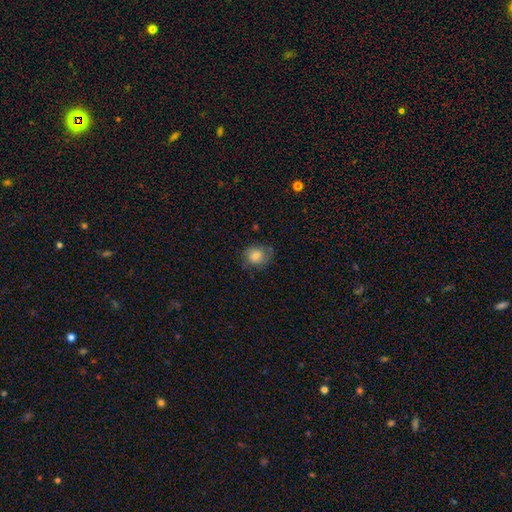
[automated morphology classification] Smooth or featured?
  - smooth: 73% *
  - featured or disk: 18%
  - star or artifact: 9%
How rounded?
  - round: 69% *
  - in between: 30%
  - cigar-shaped: 1%
Merging?
  - none: 66% *
  - minor disturbance: 24%
  - major disturbance: 9%
  - merger: 1%